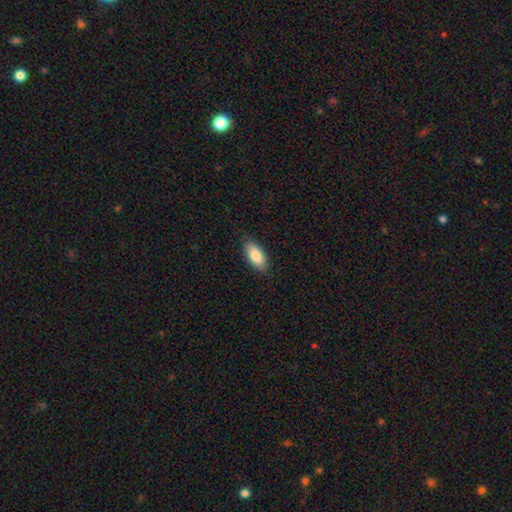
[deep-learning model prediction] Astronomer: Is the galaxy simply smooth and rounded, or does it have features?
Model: smooth — 84%.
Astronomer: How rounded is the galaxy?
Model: in between — 90%.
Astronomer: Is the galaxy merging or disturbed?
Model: none — 86%.